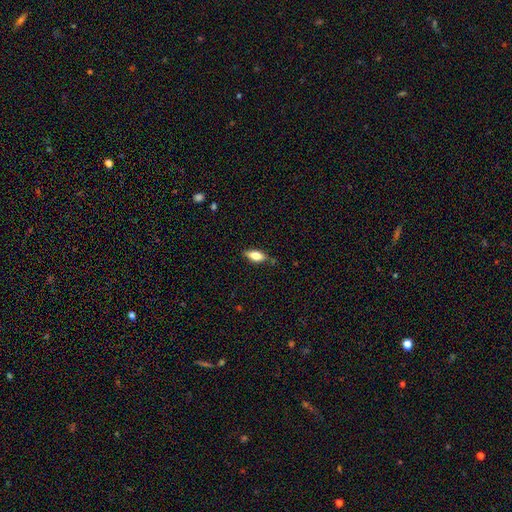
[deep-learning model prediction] A smooth galaxy with no disk features (70%) that is in between round and cigar-shaped (80%).

Vote fractions:
- Smooth or featured? smooth: 70% / featured or disk: 23% / star or artifact: 7%
- How rounded? in between: 80% / cigar-shaped: 17% / round: 3%
- Merging? none: 78% / minor disturbance: 16% / major disturbance: 3% / merger: 2%